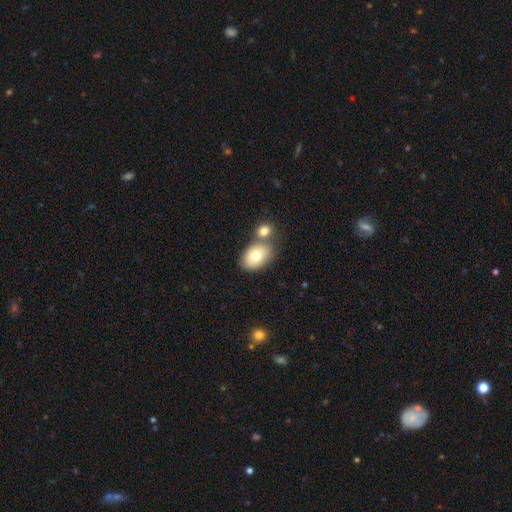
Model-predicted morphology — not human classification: smooth 74%, featured or disk 18%, star or artifact 8%. Down the decision tree: how rounded — in between (83%); merging — none (53%).